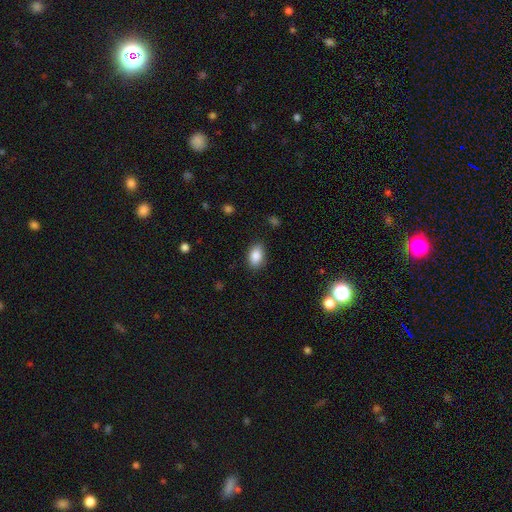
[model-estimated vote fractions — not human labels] Smooth or featured?
  - smooth: 88% *
  - star or artifact: 8%
  - featured or disk: 5%
How rounded?
  - in between: 88% *
  - round: 11%
  - cigar-shaped: 1%
Merging?
  - none: 86% *
  - minor disturbance: 10%
  - major disturbance: 3%
  - merger: 1%